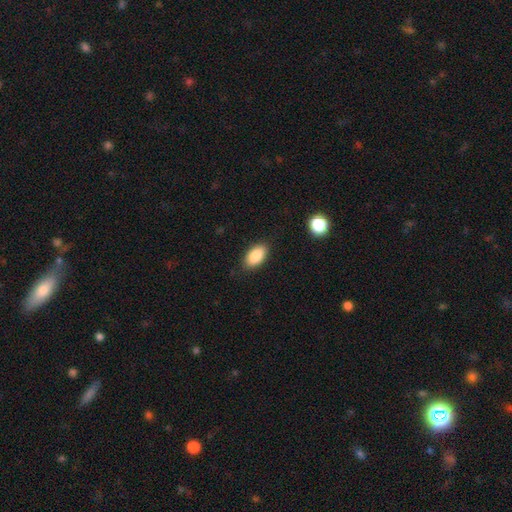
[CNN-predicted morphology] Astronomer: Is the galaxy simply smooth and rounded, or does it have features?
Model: smooth — 87%.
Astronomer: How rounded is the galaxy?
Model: in between — 93%.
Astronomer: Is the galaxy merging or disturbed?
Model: none — 86%.